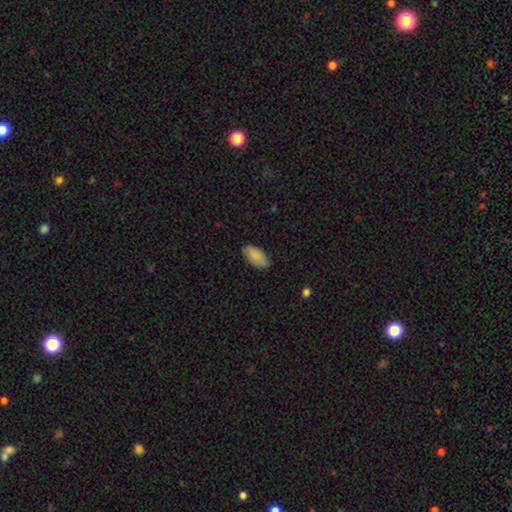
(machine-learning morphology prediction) Overall: smooth (87%). How rounded: in between (94%). Merging: none (81%).